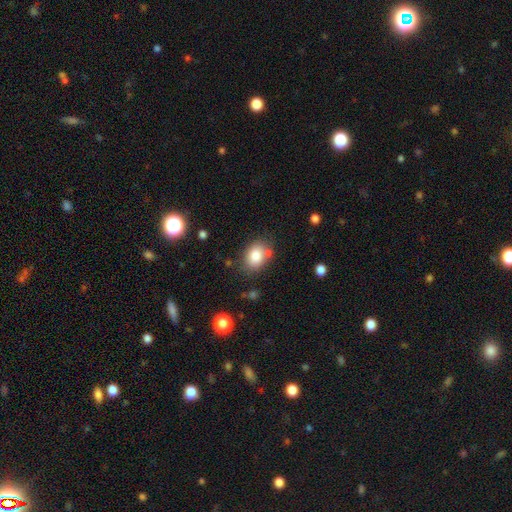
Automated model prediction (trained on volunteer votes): smooth 82%, star or artifact 9%, featured or disk 9%. Down the decision tree: how rounded — in between (63%); merging — none (73%).